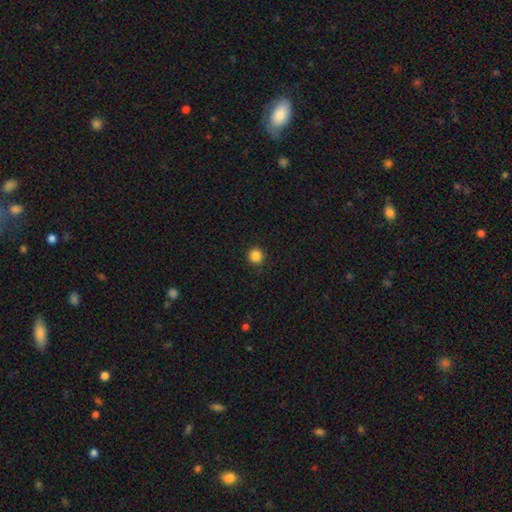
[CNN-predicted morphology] A smooth galaxy with no disk features (86%) that is round (95%). Merging: none (91%).